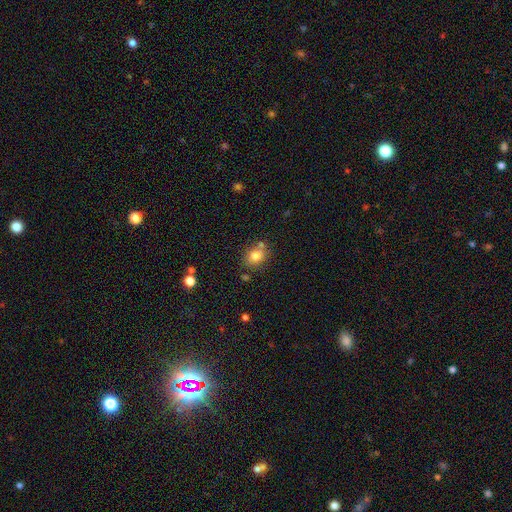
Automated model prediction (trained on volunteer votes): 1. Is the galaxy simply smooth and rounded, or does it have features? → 79% smooth, 11% star or artifact, 10% featured or disk.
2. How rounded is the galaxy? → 55% round, 44% in between, 1% cigar-shaped.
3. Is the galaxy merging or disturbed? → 67% none, 15% merger, 14% minor disturbance, 4% major disturbance.